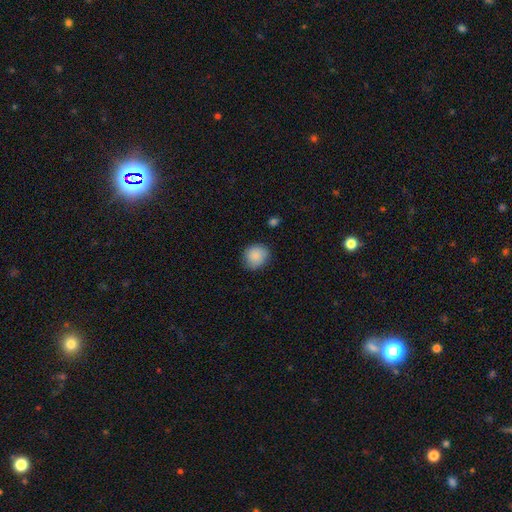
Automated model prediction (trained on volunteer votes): smooth 86%, star or artifact 7%, featured or disk 7%. Down the decision tree: how rounded — round (81%); merging — none (83%).